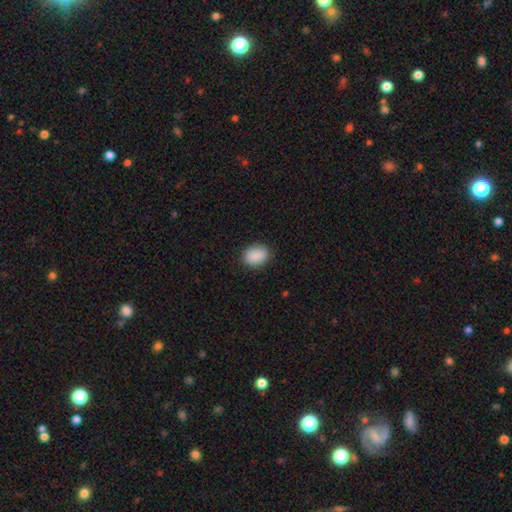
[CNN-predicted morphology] This appears to be a smooth galaxy with no disk features (90%) that is in between round and cigar-shaped (66%). Merging: none (87%).